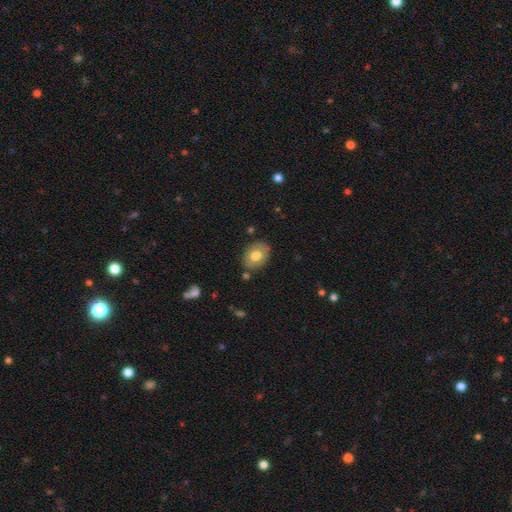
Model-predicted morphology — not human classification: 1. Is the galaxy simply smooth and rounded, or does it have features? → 68% smooth, 24% featured or disk, 7% star or artifact.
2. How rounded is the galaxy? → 67% in between, 32% round, 1% cigar-shaped.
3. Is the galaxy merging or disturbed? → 81% none, 13% minor disturbance, 3% major disturbance, 3% merger.